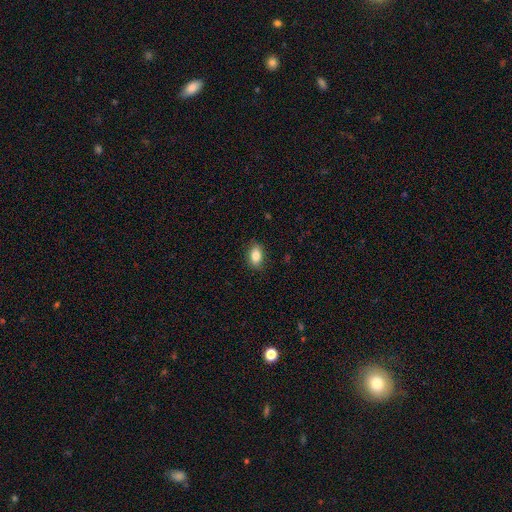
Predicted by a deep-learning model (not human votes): smooth 84%, featured or disk 8%, star or artifact 8%. Down the decision tree: how rounded — in between (87%); merging — none (86%).